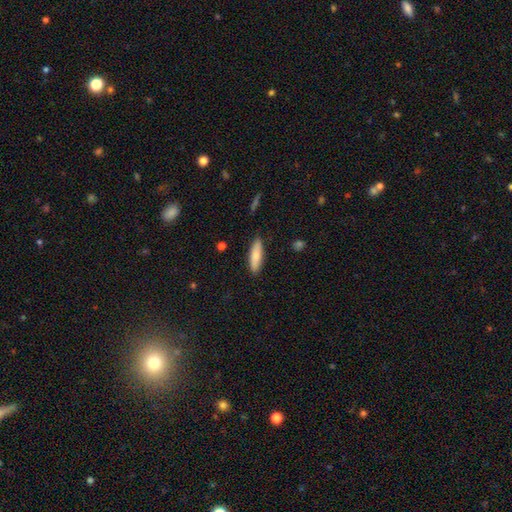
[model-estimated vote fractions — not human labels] Smooth or featured? smooth (79%)
How rounded? cigar-shaped (57%)
Merging? none (87%)